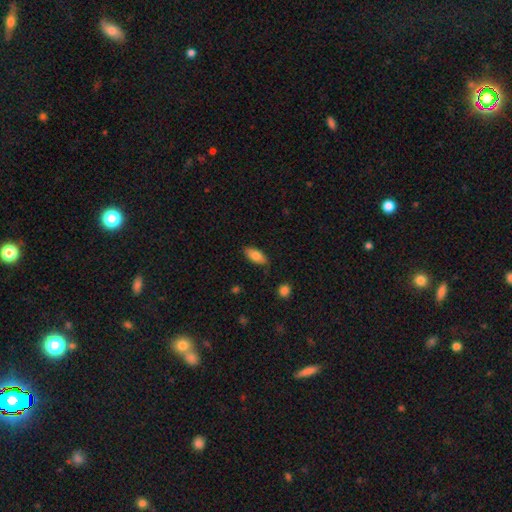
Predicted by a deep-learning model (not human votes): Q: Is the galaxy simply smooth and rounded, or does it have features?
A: smooth — 80%.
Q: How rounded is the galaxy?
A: in between — 86%.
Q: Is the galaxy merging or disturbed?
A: none — 83%.